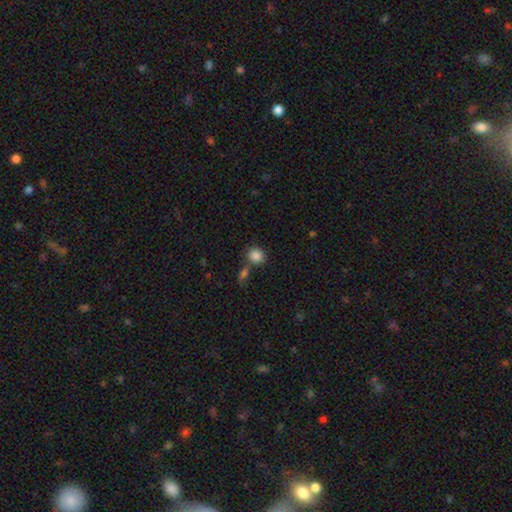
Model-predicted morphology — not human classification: Smooth or featured?
  - smooth: 86% *
  - star or artifact: 9%
  - featured or disk: 5%
How rounded?
  - round: 66% *
  - in between: 33%
  - cigar-shaped: 1%
Merging?
  - none: 64% *
  - merger: 21%
  - minor disturbance: 11%
  - major disturbance: 4%